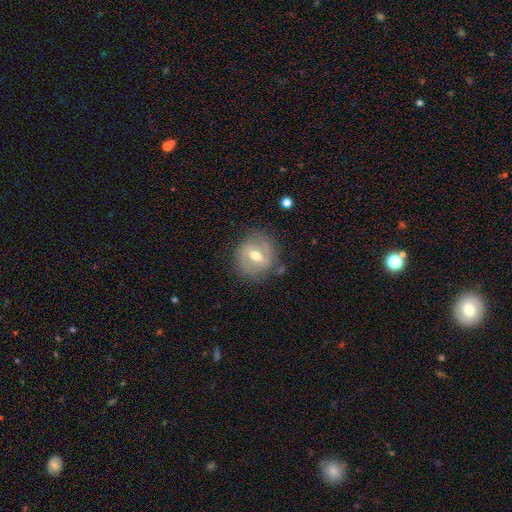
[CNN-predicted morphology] This appears to be a featured or disk galaxy (57%) with a weak bar (48%), no spiral arms (51%) and a moderate central bulge (75%). Merging: none (77%).